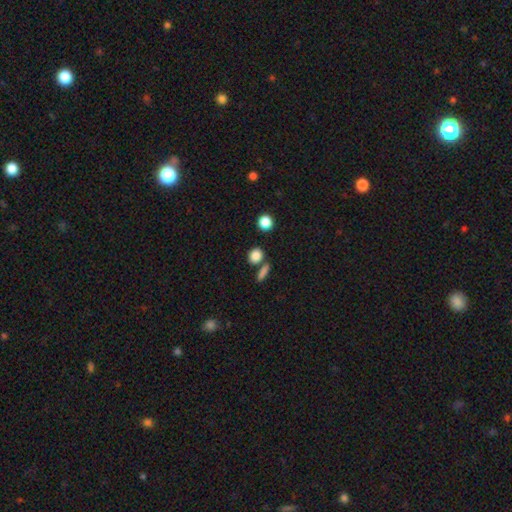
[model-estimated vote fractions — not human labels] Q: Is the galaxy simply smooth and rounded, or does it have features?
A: smooth — 85%.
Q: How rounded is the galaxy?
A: round — 67%.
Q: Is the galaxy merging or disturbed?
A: none — 74%.